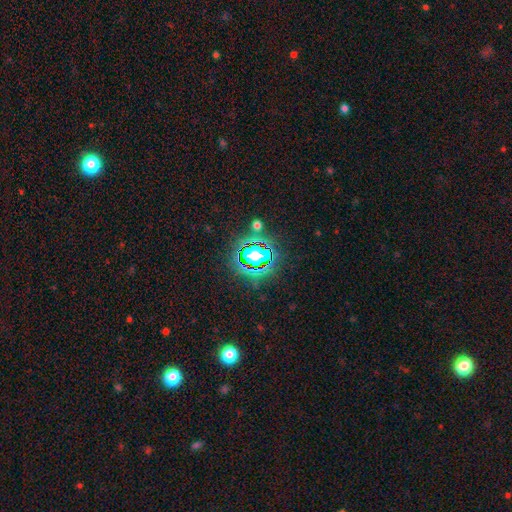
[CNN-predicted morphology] star or artifact 64%, smooth 24%, featured or disk 12%.